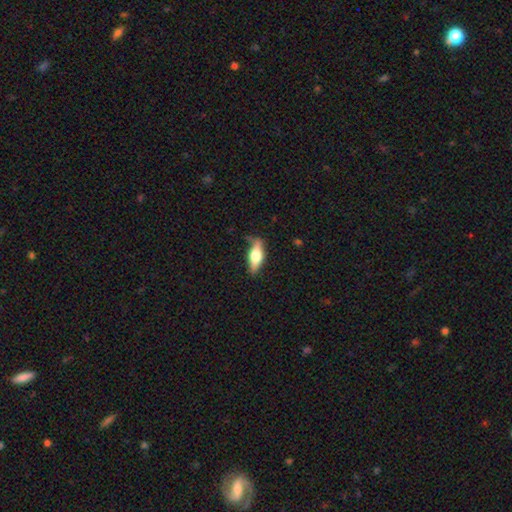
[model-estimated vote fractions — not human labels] The model was most divided on "smooth or featured": smooth: 50%, featured or disk: 44%, star or artifact: 7%. More confident: merging — none (72%).